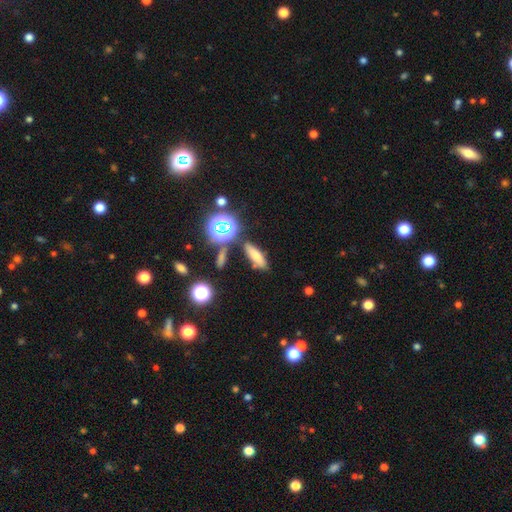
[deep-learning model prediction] smooth_or_featured: smooth (p=0.66) [alt: star or artifact p=0.19]
how_rounded: cigar-shaped (p=0.51) [alt: in between p=0.40]
merging: none (p=0.75) [alt: minor disturbance p=0.12]